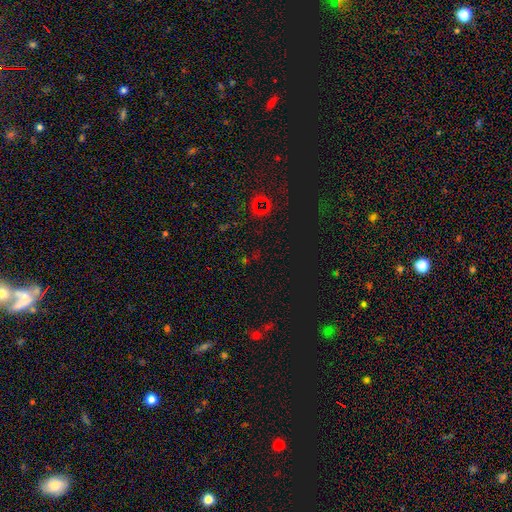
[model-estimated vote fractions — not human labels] star or artifact 73%, smooth 19%, featured or disk 8%.